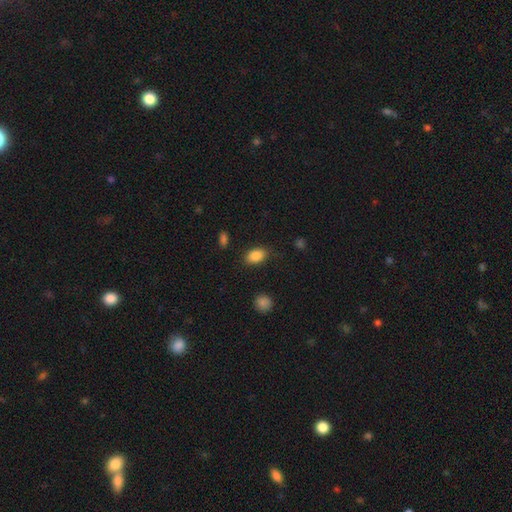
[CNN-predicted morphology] type=smooth (87%); roundness=in between (87%); merging=none (81%).